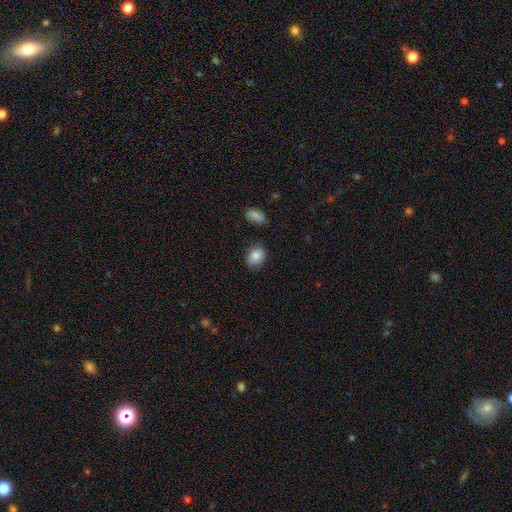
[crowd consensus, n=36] Volunteers were most divided on "merging": none: 59%, minor disturbance: 31%, merger: 9%, major disturbance: 0%. More confident: smooth or featured — smooth (86%); how rounded — in between (68%).